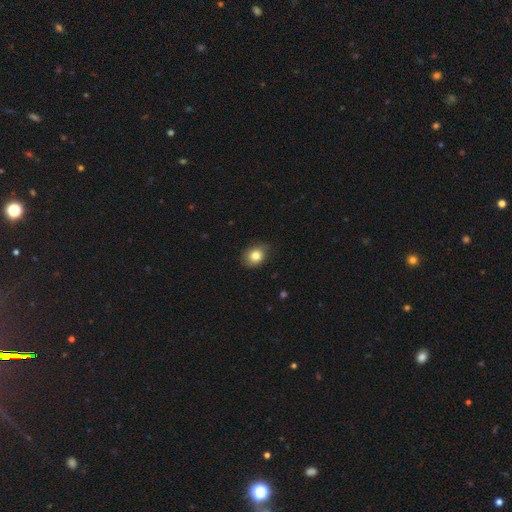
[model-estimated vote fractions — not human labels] This is clearly a smooth galaxy (82%). How rounded: possibly round (56%). Merging: likely none (77%).